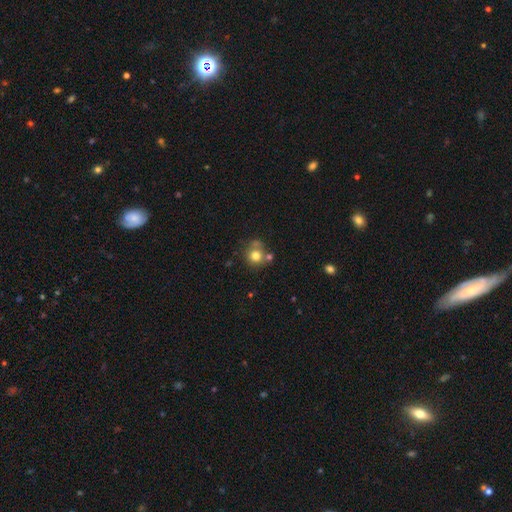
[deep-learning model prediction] Smooth or featured?
  - smooth: 76% *
  - star or artifact: 12%
  - featured or disk: 12%
How rounded?
  - round: 87% *
  - in between: 12%
  - cigar-shaped: 1%
Merging?
  - none: 58% *
  - merger: 23%
  - minor disturbance: 14%
  - major disturbance: 5%